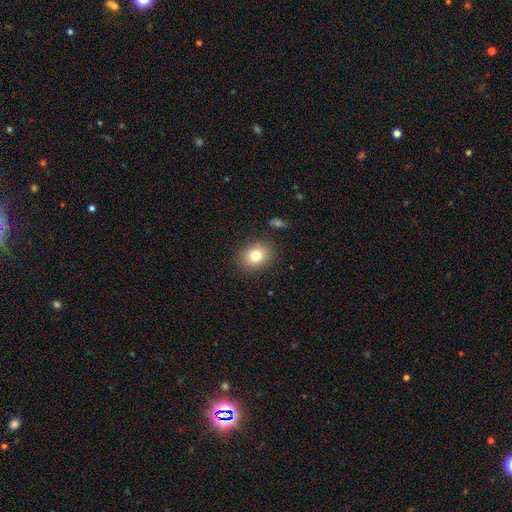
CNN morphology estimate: Smooth or featured: smooth — 80% (star or artifact — 11%)
How rounded: round — 57% (in between — 43%)
Merging: none — 86% (minor disturbance — 9%)